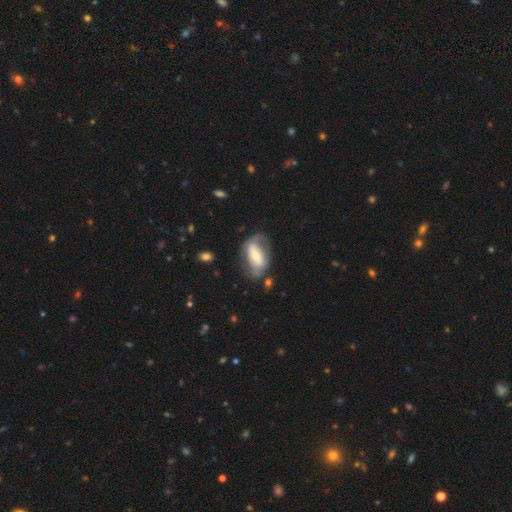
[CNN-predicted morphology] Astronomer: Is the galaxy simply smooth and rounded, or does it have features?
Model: featured or disk — 60%.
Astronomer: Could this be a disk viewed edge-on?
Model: no — 90%.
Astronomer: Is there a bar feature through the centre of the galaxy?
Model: strong — 46% (runner-up: no, 28%).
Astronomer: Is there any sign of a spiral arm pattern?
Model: yes — 57% (runner-up: no, 43%).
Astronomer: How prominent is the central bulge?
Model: moderate — 48% (runner-up: small, 41%).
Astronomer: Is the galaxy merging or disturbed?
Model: none — 54%.